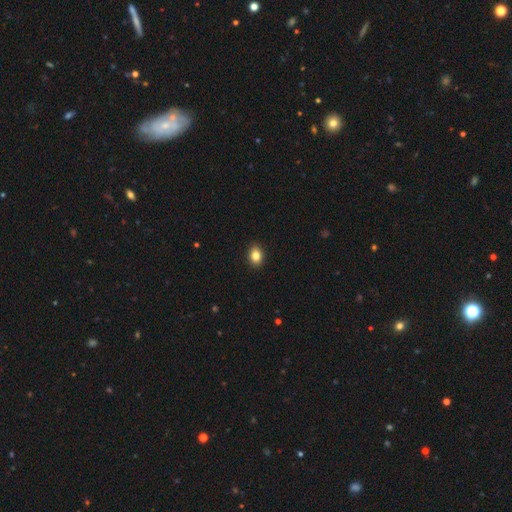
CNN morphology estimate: A smooth galaxy with no disk features (84%) that is in between round and cigar-shaped (69%).

Vote fractions:
- Smooth or featured? smooth: 84% / star or artifact: 9% / featured or disk: 7%
- How rounded? in between: 69% / round: 29% / cigar-shaped: 1%
- Merging? none: 90% / minor disturbance: 7% / major disturbance: 2% / merger: 1%